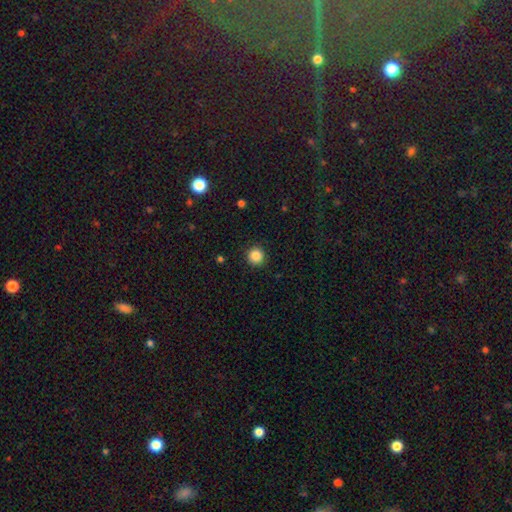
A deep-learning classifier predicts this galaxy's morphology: A smooth galaxy with no disk features (87%) that is round (95%).

Vote fractions:
- Smooth or featured? smooth: 87% / star or artifact: 10% / featured or disk: 3%
- How rounded? round: 95% / in between: 4% / cigar-shaped: 1%
- Merging? none: 92% / minor disturbance: 5% / major disturbance: 2% / merger: 1%